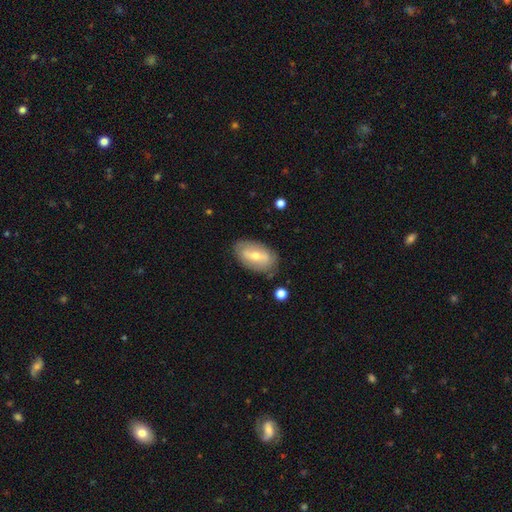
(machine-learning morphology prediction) smooth-or-featured: featured or disk: 53% | smooth: 40% | star or artifact: 7%
  disk-edge-on: no: 88% | yes: 12%
  merging: none: 80% | minor disturbance: 14% | major disturbance: 4% | merger: 2%